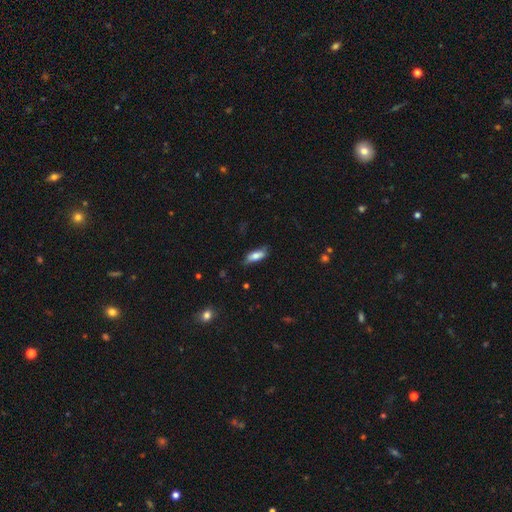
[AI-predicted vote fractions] Smooth or featured: smooth — 73% (featured or disk — 20%)
How rounded: in between — 69% (cigar-shaped — 29%)
Merging: none — 72% (minor disturbance — 22%)